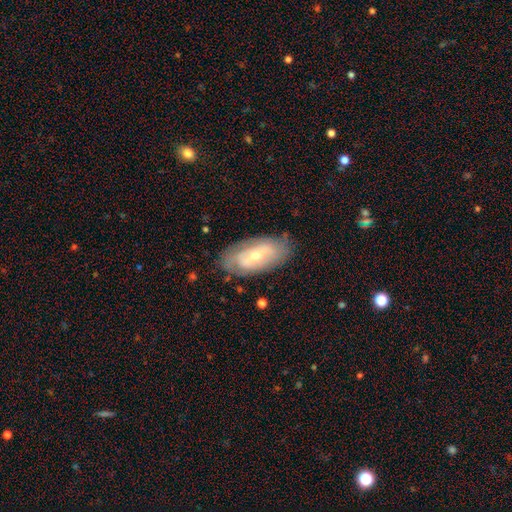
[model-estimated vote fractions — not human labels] A featured or disk galaxy (66%) with a weak bar (40%), spiral arms (65%) and a moderate central bulge (51%). Merging: none (77%).